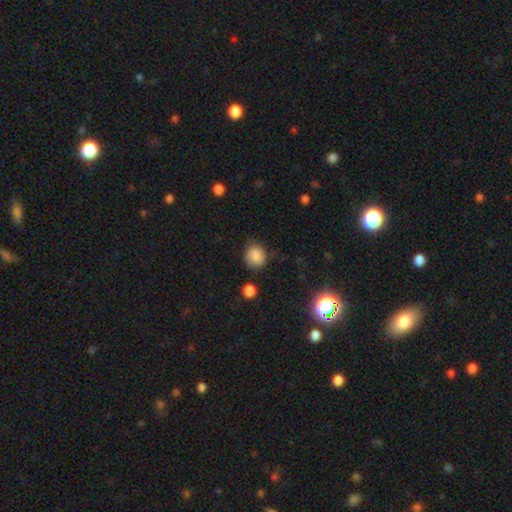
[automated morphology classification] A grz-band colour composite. It shows a smooth galaxy with no disk features (84%) that is round (77%). Merging: none (76%).